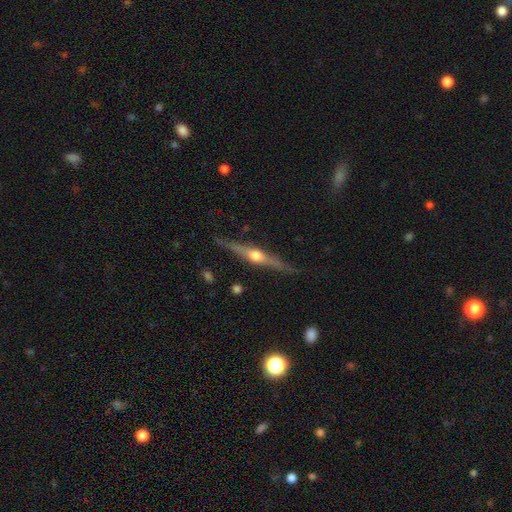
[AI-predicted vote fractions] The model was most divided on "smooth or featured": featured or disk: 81%, smooth: 14%, star or artifact: 5%. More confident: edge-on disk — yes (98%); edge-on bulge — rounded (94%); merging — none (85%).